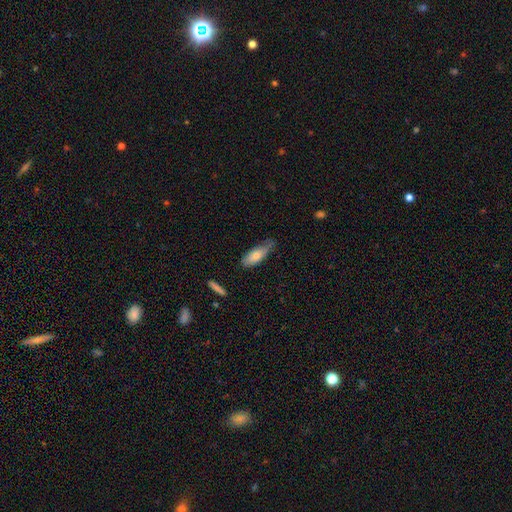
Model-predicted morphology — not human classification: Smooth or featured? Predicted: smooth (p=0.73). How rounded? Predicted: in between (p=0.65). Merging? Predicted: none (p=0.50).